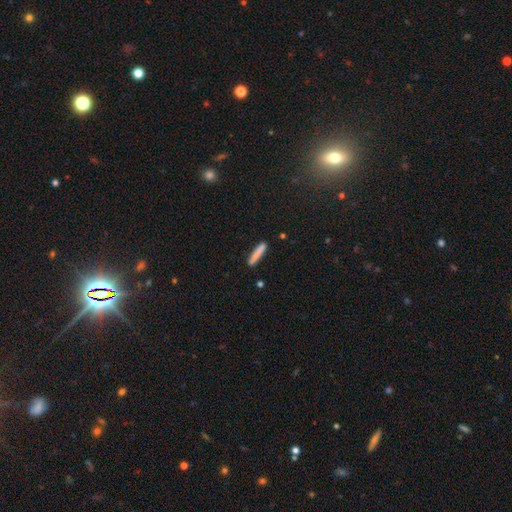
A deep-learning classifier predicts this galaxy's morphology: Q: Smooth or featured?
A: smooth (80%); runner-up: featured or disk (13%)
Q: How rounded?
A: cigar-shaped (94%); runner-up: in between (5%)
Q: Merging?
A: none (85%); runner-up: minor disturbance (10%)